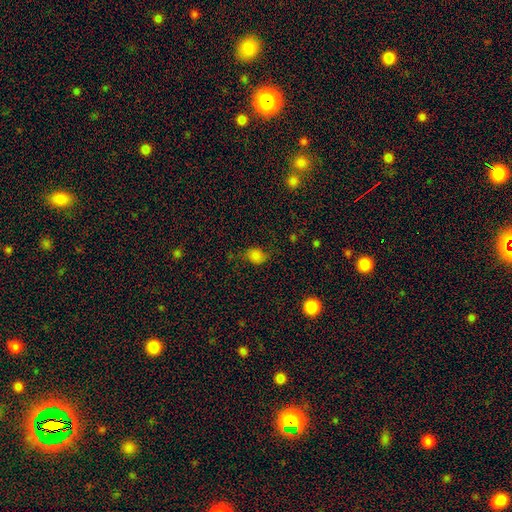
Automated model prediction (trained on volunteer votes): Overall: smooth (74%). How rounded: round (50%; in between 48%). Merging: none (63%; minor disturbance 24%).